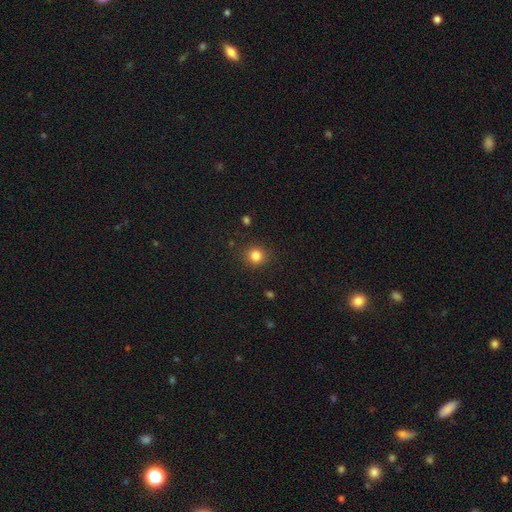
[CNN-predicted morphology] smooth_or_featured: smooth (p=0.83) [alt: star or artifact p=0.12]
how_rounded: round (p=0.89) [alt: in between p=0.10]
merging: none (p=0.89) [alt: minor disturbance p=0.07]